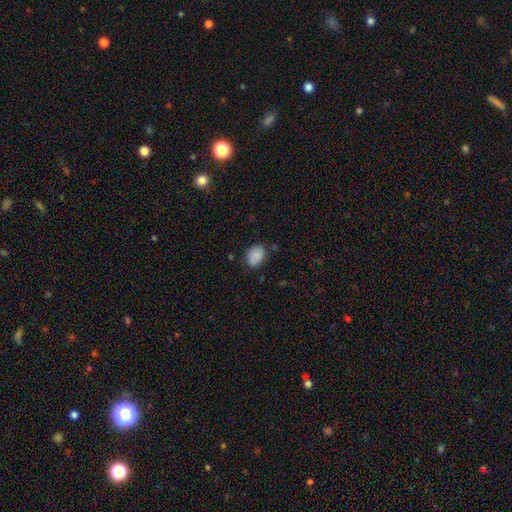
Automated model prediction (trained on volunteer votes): A smooth galaxy with no disk features (88%) that is in between round and cigar-shaped (74%).

Vote fractions:
- Smooth or featured? smooth: 88% / star or artifact: 8% / featured or disk: 5%
- How rounded? in between: 74% / round: 25% / cigar-shaped: 1%
- Merging? none: 73% / minor disturbance: 20% / major disturbance: 4% / merger: 3%